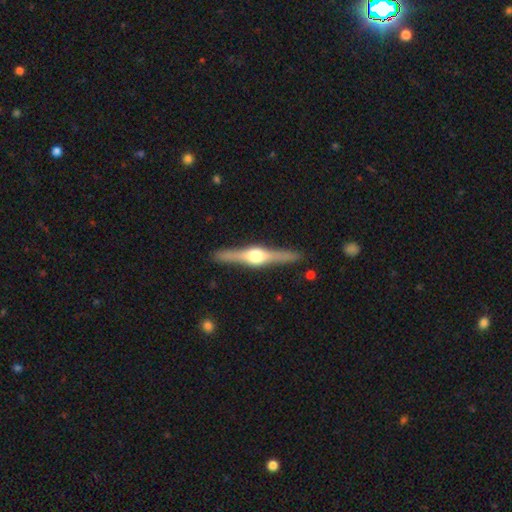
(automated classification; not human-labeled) This appears to be a featured or disk galaxy (83%) viewed edge-on (98%) with a rounded central bulge (94%). Merging: none (90%).